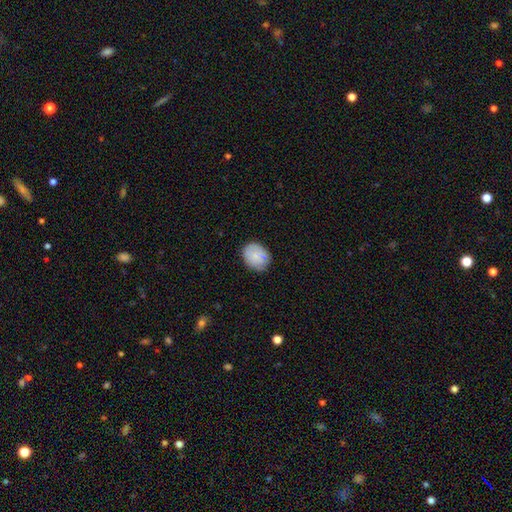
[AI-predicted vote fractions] This is likely a smooth galaxy (79%). How rounded: possibly round (52%). Merging: clearly none (82%).